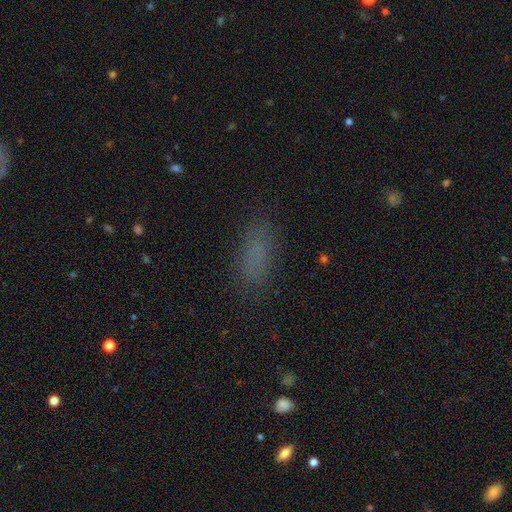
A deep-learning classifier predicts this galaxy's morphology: Smooth or featured? Predicted: smooth (p=0.79). How rounded? Predicted: in between (p=0.76). Merging? Predicted: none (p=0.83).